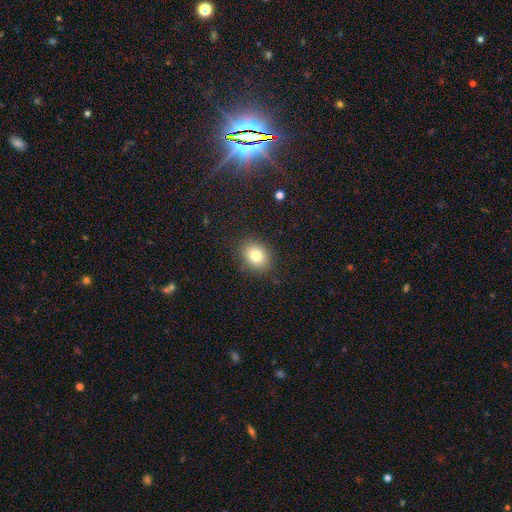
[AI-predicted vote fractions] A smooth galaxy with no disk features (79%) that is in between round and cigar-shaped (50%).

Vote fractions:
- Smooth or featured? smooth: 79% / star or artifact: 11% / featured or disk: 10%
- How rounded? in between: 50% / round: 49% / cigar-shaped: 1%
- Merging? none: 87% / minor disturbance: 9% / major disturbance: 3% / merger: 1%